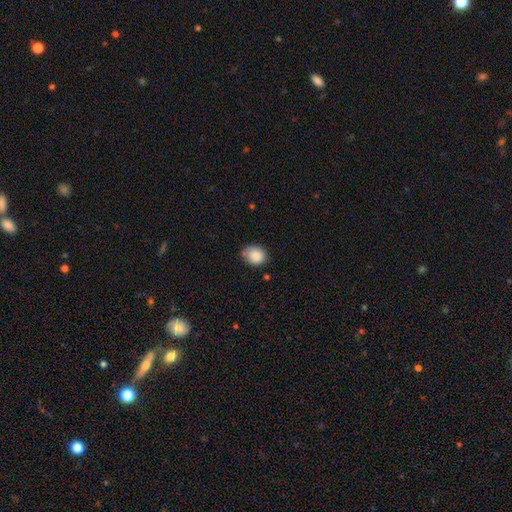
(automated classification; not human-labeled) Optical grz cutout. It shows a smooth galaxy with no disk features (88%) that is round (55%). Merging: none (67%).